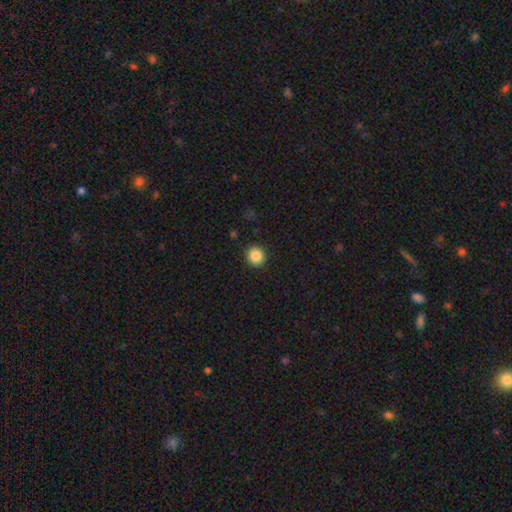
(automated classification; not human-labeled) Overall: smooth (86%). How rounded: round (90%). Merging: none (90%).